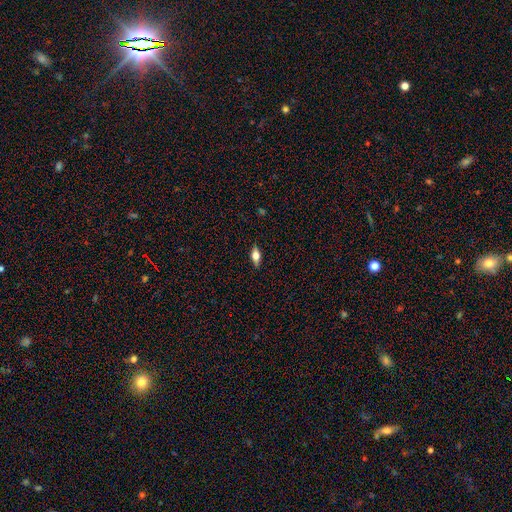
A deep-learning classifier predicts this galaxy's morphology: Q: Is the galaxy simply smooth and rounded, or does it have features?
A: smooth — 53%.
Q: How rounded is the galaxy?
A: in between — 75%.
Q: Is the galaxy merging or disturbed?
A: none — 87%.